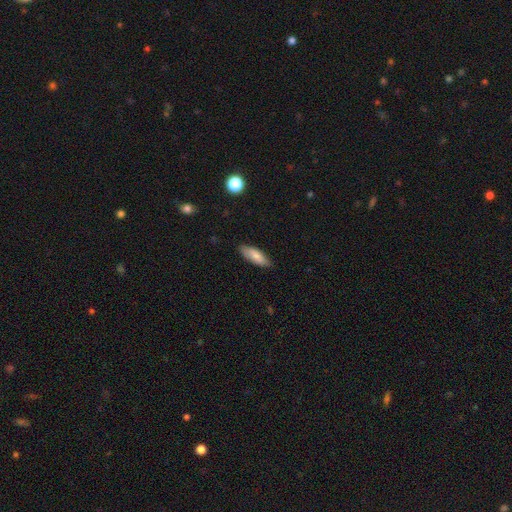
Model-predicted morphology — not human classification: smooth 79%, featured or disk 15%, star or artifact 6%. Down the decision tree: how rounded — in between (63%); merging — none (80%).